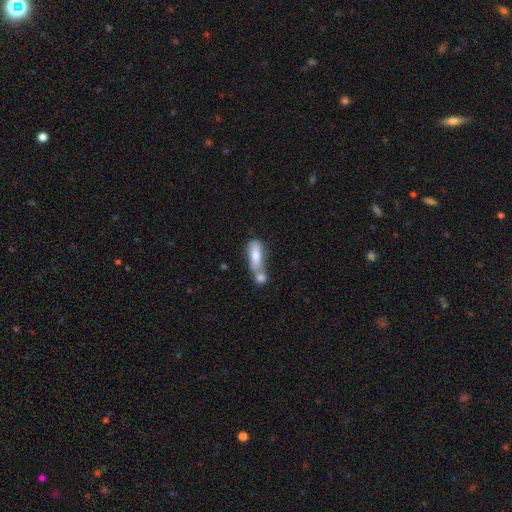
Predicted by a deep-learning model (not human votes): Smooth or featured: smooth — 69% (featured or disk — 25%)
How rounded: in between — 64% (cigar-shaped — 33%)
Merging: merger — 58% (none — 25%)